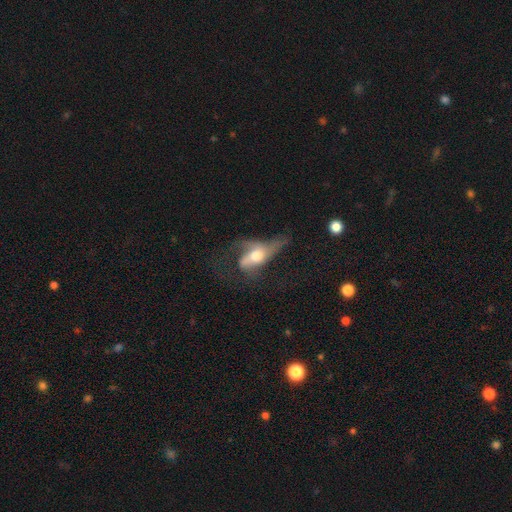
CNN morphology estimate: Smooth or featured? Predicted: featured or disk (p=0.55). Edge-on disk? Predicted: no (p=0.85). Merging? Predicted: major disturbance (p=0.54).